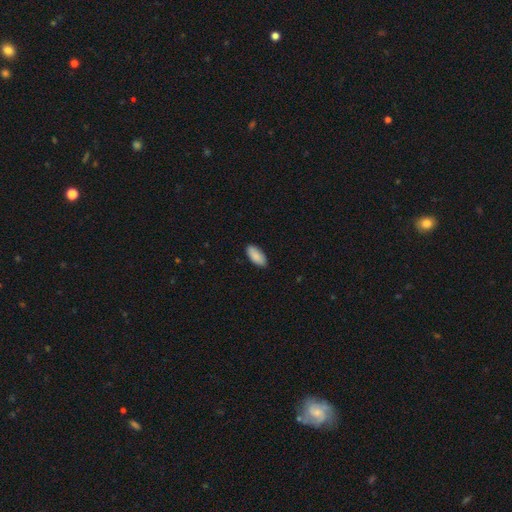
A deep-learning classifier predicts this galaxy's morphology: Overall: smooth (89%). How rounded: in between (89%). Merging: none (87%).